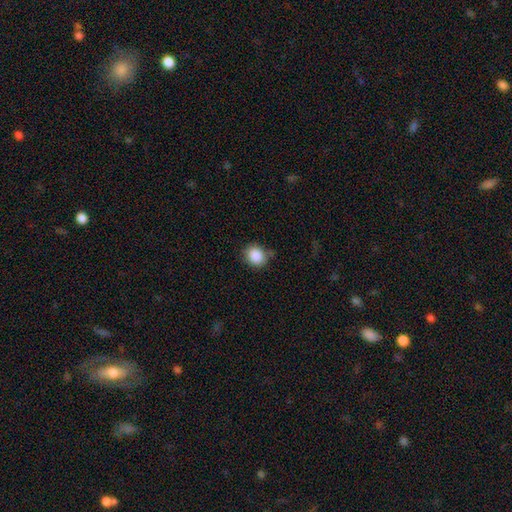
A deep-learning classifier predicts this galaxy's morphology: A smooth galaxy with no disk features (88%) that is round (74%). Merging: none (78%).